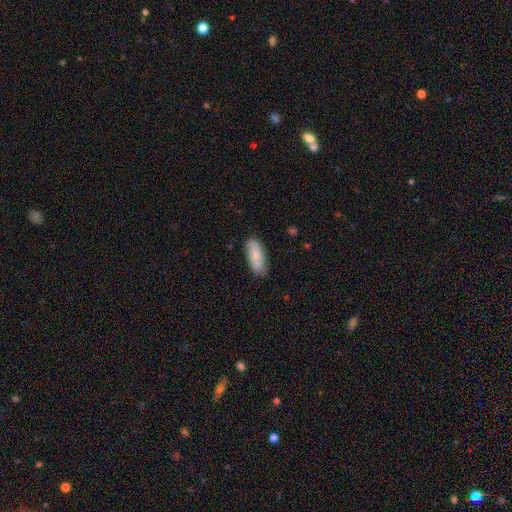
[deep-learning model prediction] A smooth galaxy with no disk features (75%) that is in between round and cigar-shaped (85%).

Vote fractions:
- Smooth or featured? smooth: 75% / featured or disk: 19% / star or artifact: 6%
- How rounded? in between: 85% / cigar-shaped: 13% / round: 2%
- Merging? none: 82% / minor disturbance: 14% / major disturbance: 2% / merger: 1%